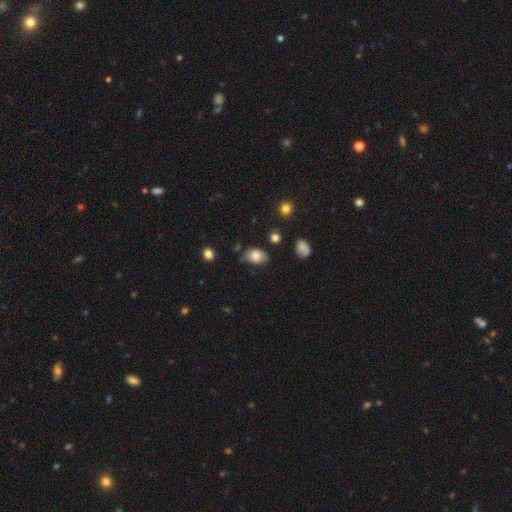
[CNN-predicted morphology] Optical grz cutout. It shows a smooth galaxy with no disk features (78%) that is in between round and cigar-shaped (82%). Merging: none (58%).